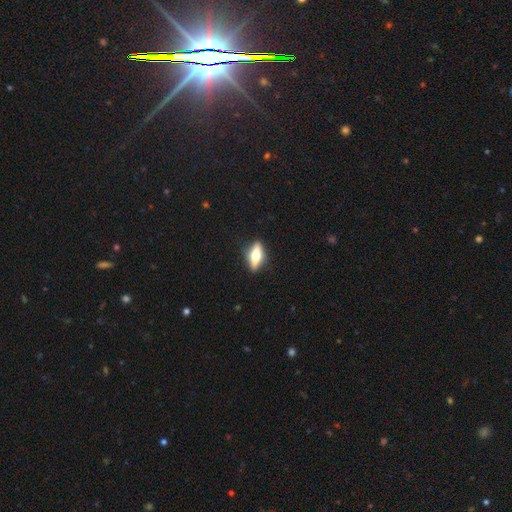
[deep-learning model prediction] A featured or disk galaxy (49%).

Vote fractions:
- Smooth or featured? featured or disk: 49% / smooth: 44% / star or artifact: 7%
- Merging? none: 87% / minor disturbance: 10% / major disturbance: 2% / merger: 1%